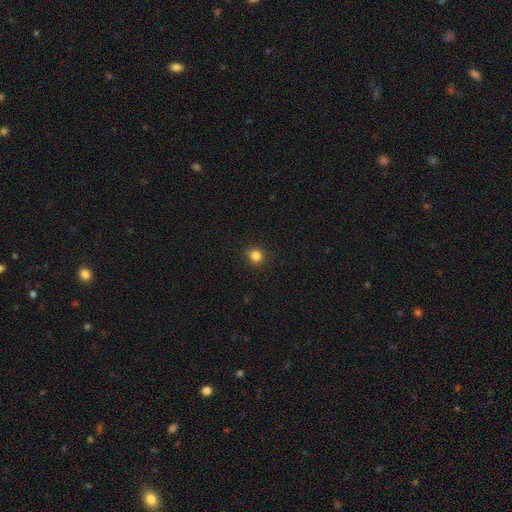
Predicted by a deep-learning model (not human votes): A smooth galaxy with no disk features (84%) that is round (90%).

Vote fractions:
- Smooth or featured? smooth: 84% / star or artifact: 12% / featured or disk: 4%
- How rounded? round: 90% / in between: 9% / cigar-shaped: 1%
- Merging? none: 90% / minor disturbance: 7% / major disturbance: 2% / merger: 1%